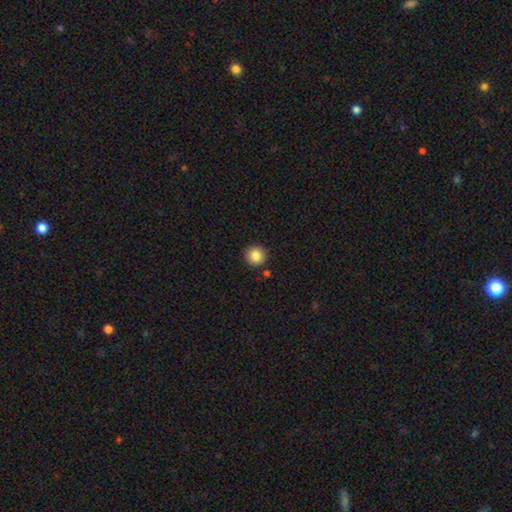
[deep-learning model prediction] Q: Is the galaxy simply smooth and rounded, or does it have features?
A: smooth — 86%.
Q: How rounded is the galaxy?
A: round — 95%.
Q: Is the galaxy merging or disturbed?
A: none — 89%.